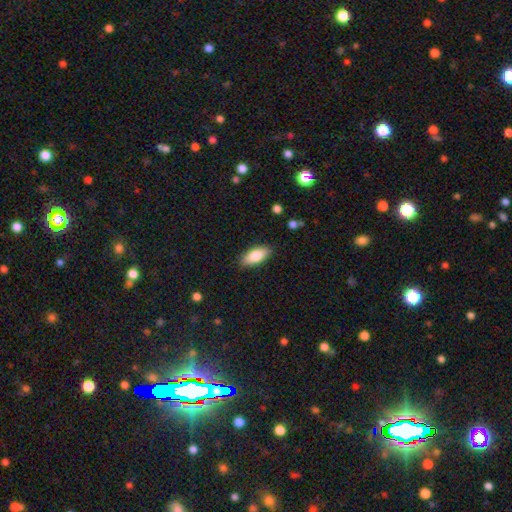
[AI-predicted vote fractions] Overall: smooth (81%). How rounded: in between (84%). Merging: none (87%).